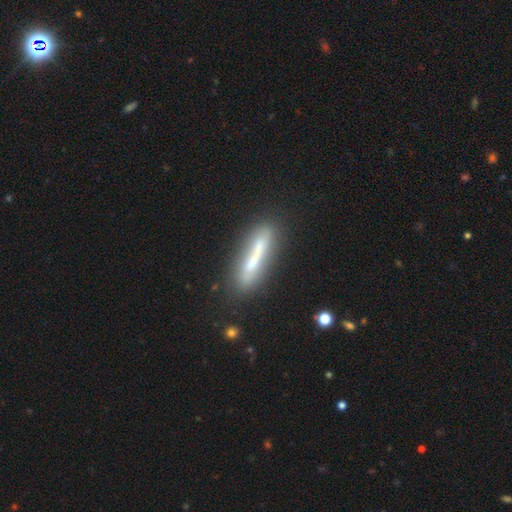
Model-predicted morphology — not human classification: smooth_or_featured: smooth (p=0.47) [alt: featured or disk p=0.45]
merging: none (p=0.75) [alt: minor disturbance p=0.15]